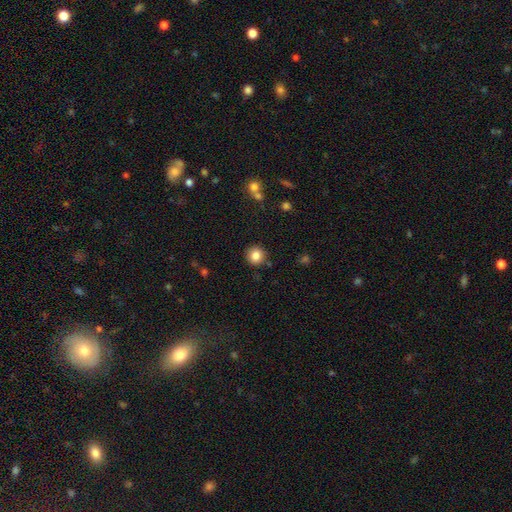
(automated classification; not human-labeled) Smooth or featured? smooth (84%)
How rounded? round (93%)
Merging? none (89%)